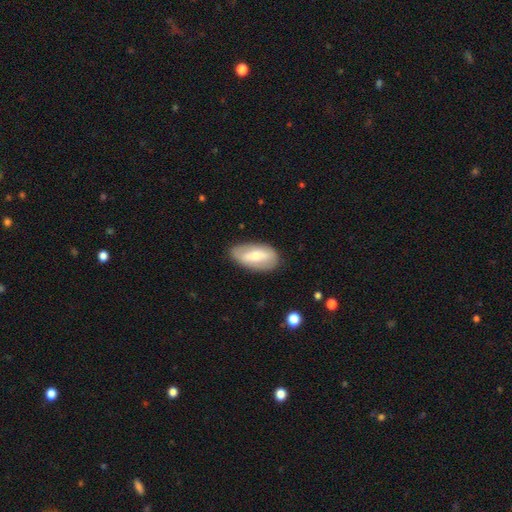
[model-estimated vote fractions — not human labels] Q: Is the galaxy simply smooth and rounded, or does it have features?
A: smooth — 48%.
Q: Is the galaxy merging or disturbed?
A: none — 81%.